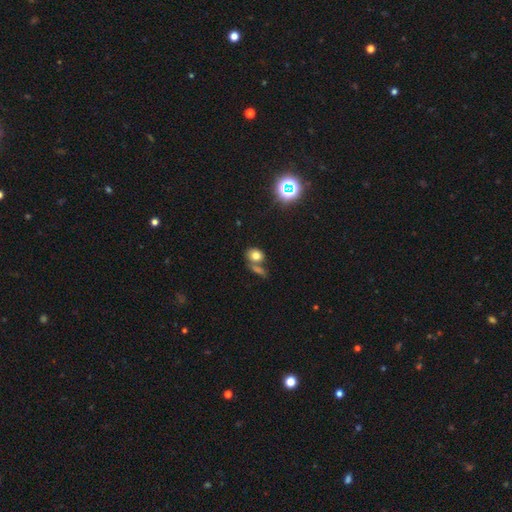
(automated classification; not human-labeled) Q: Smooth or featured?
A: smooth (74%); runner-up: star or artifact (15%)
Q: How rounded?
A: in between (51%); runner-up: round (46%)
Q: Merging?
A: none (48%); runner-up: merger (35%)